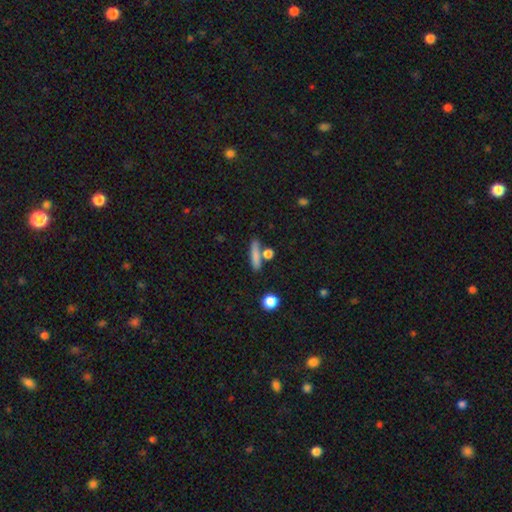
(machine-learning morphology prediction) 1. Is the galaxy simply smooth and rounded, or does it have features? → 78% smooth, 14% featured or disk, 8% star or artifact.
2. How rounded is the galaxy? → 74% cigar-shaped, 17% in between, 9% round.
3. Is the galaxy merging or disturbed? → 70% none, 15% merger, 11% minor disturbance, 4% major disturbance.